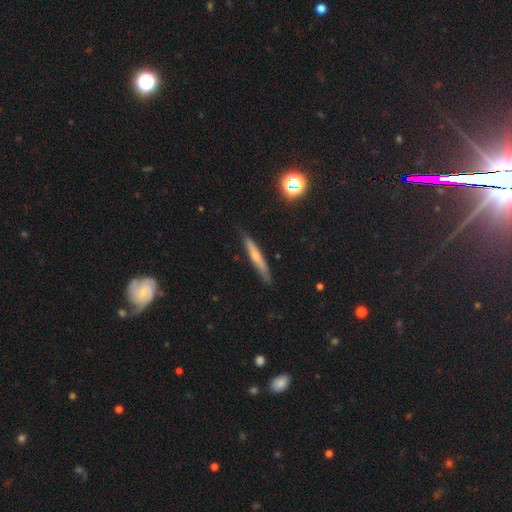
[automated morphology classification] Smooth or featured: smooth — 52% (featured or disk — 40%)
How rounded: cigar-shaped — 93% (in between — 5%)
Merging: none — 84% (minor disturbance — 13%)